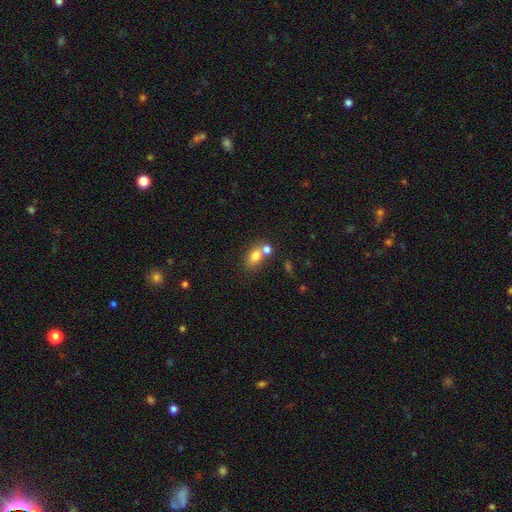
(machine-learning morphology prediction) Smooth or featured?
  - smooth: 76% *
  - featured or disk: 13%
  - star or artifact: 11%
How rounded?
  - in between: 68% *
  - round: 29%
  - cigar-shaped: 3%
Merging?
  - none: 43% *
  - merger: 40%
  - minor disturbance: 12%
  - major disturbance: 5%